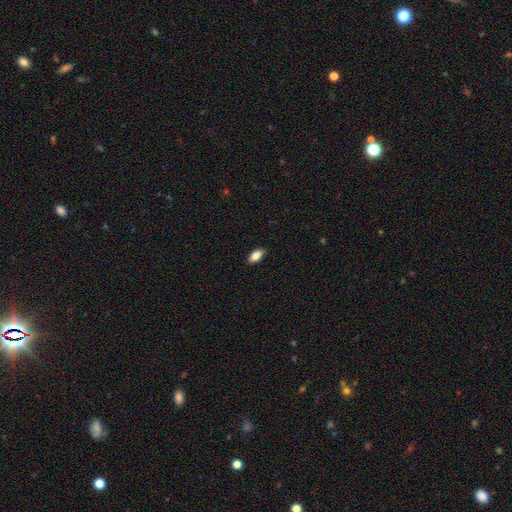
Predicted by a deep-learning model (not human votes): A smooth galaxy with no disk features (84%) that is in between round and cigar-shaped (89%). Merging: none (85%).